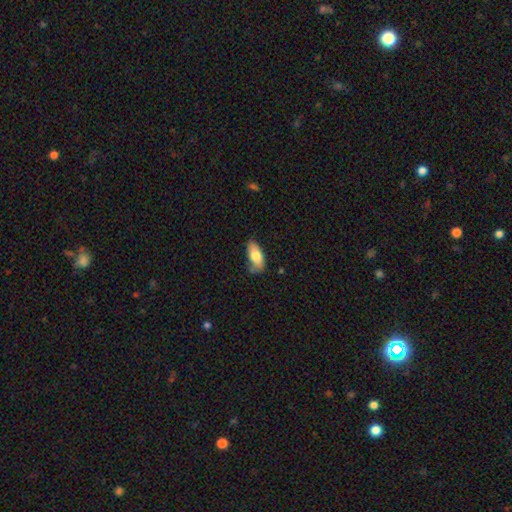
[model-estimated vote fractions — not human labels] smooth_or_featured: smooth (p=0.75) [alt: featured or disk p=0.19]
how_rounded: in between (p=0.85) [alt: cigar-shaped p=0.12]
merging: none (p=0.64) [alt: minor disturbance p=0.26]